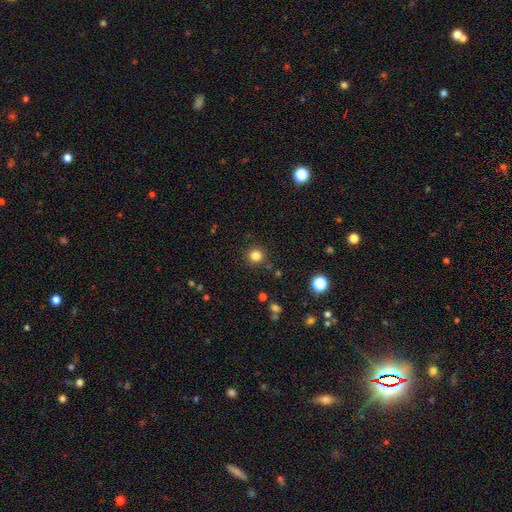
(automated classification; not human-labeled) The model was most divided on "smooth or featured": smooth: 81%, star or artifact: 14%, featured or disk: 5%. More confident: how rounded — round (95%); merging — none (90%).